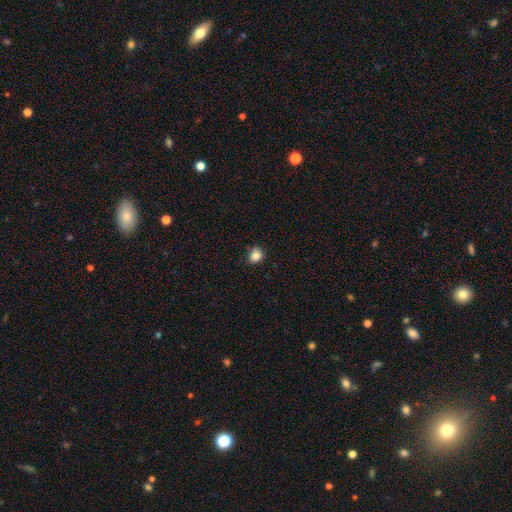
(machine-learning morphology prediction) Q: Smooth or featured?
A: smooth (83%); runner-up: star or artifact (11%)
Q: How rounded?
A: round (67%); runner-up: in between (32%)
Q: Merging?
A: none (73%); runner-up: minor disturbance (21%)